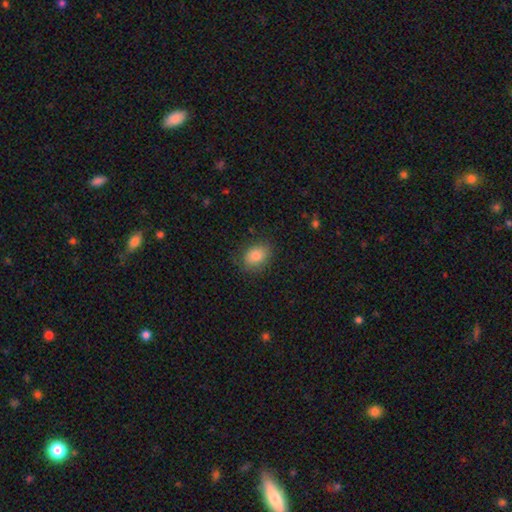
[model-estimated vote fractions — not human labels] This is clearly a smooth galaxy (84%). How rounded: likely in between (70%). Merging: clearly none (82%).